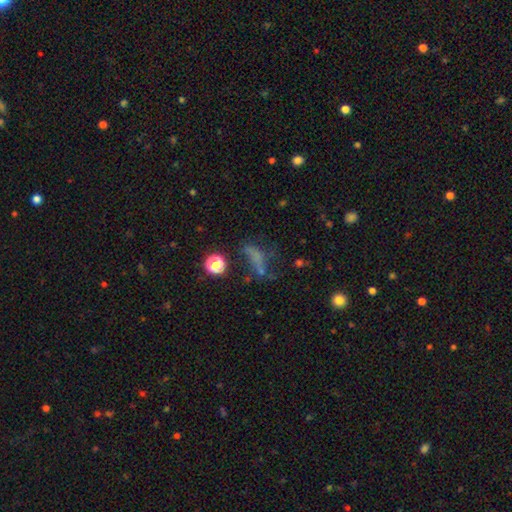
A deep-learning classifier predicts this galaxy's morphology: This is possibly a smooth galaxy (51%). How rounded: possibly in between (49%). Merging: marginally none (40%).